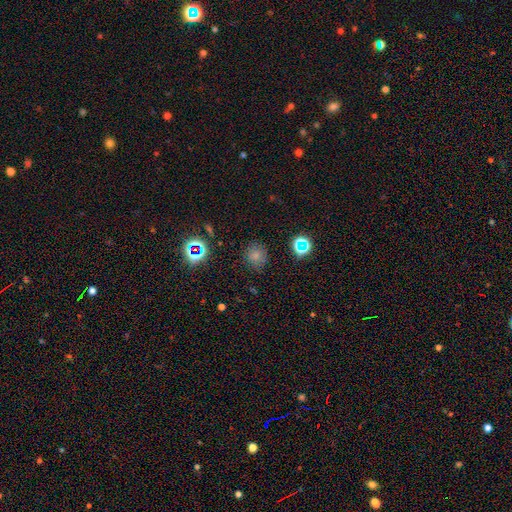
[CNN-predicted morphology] Q: Smooth or featured?
A: smooth (70%); runner-up: star or artifact (22%)
Q: How rounded?
A: round (82%); runner-up: in between (17%)
Q: Merging?
A: none (82%); runner-up: minor disturbance (13%)